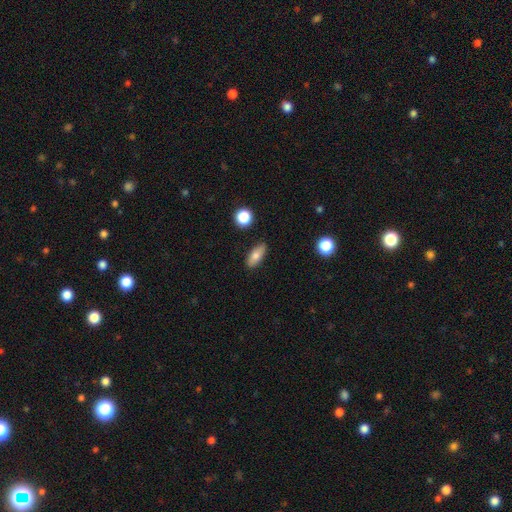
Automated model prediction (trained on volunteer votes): A smooth galaxy with no disk features (78%) that is in between round and cigar-shaped (80%). Merging: none (84%).